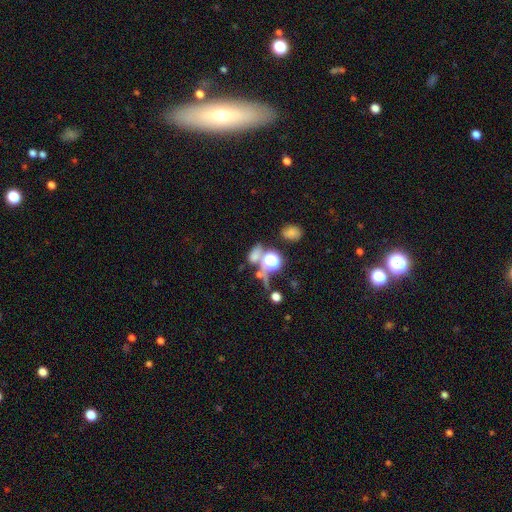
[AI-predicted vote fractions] This appears to be a smooth galaxy with no disk features (55%) that is in between round and cigar-shaped (54%). Merging: none (53%).